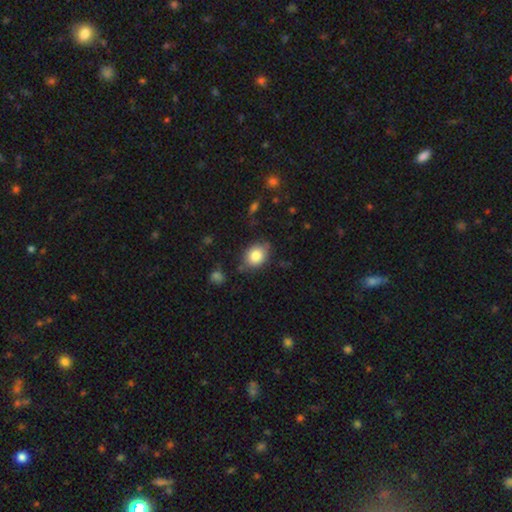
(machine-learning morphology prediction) Smooth or featured?
  - smooth: 84% *
  - star or artifact: 8%
  - featured or disk: 8%
How rounded?
  - in between: 58% *
  - round: 41%
  - cigar-shaped: 1%
Merging?
  - none: 75% *
  - minor disturbance: 18%
  - major disturbance: 4%
  - merger: 3%